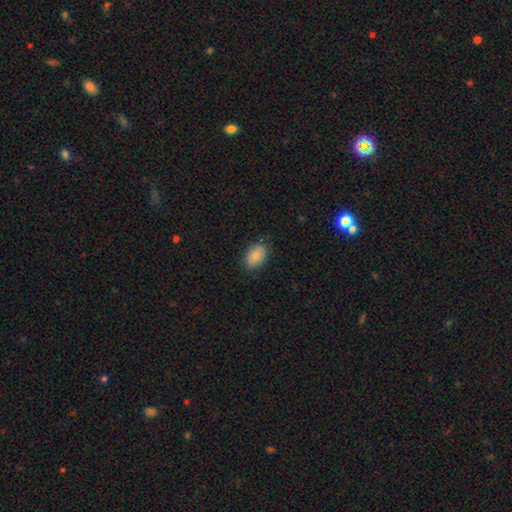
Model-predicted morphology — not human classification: A smooth galaxy with no disk features (83%) that is in between round and cigar-shaped (85%). Merging: none (84%).